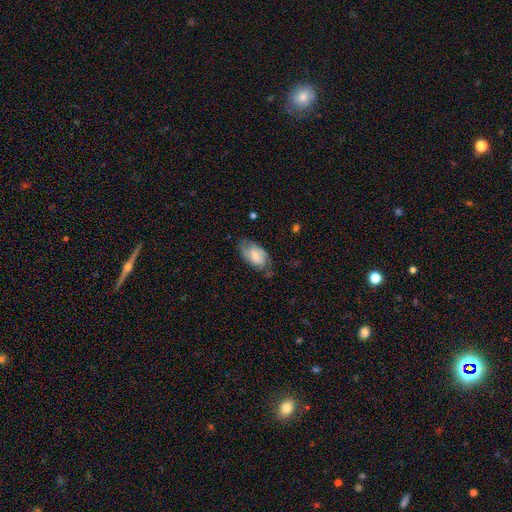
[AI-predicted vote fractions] Smooth or featured? smooth (56%)
How rounded? in between (92%)
Merging? none (53%)